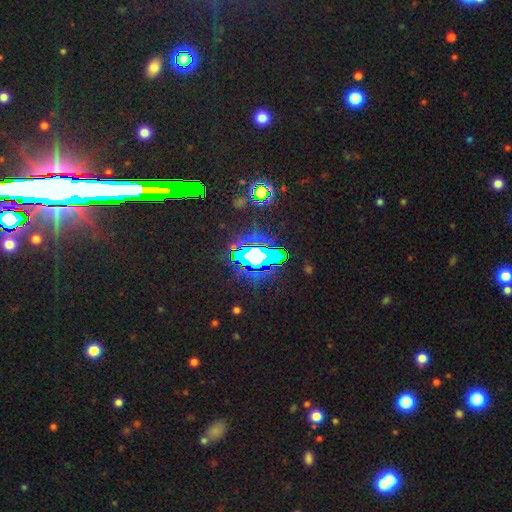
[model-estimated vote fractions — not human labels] smooth_or_featured: star or artifact (p=0.66) [alt: smooth p=0.19]